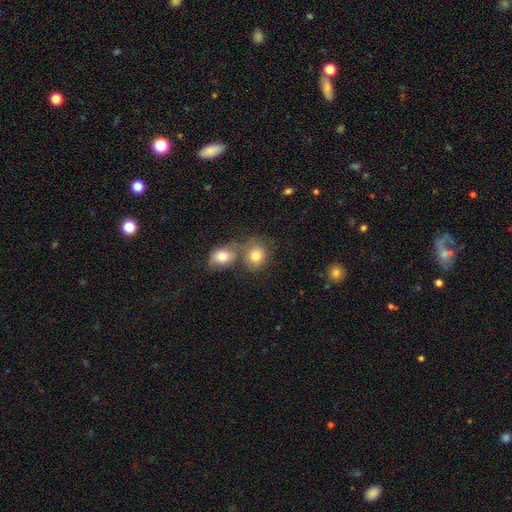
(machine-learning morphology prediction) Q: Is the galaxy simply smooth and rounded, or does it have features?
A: smooth — 79%.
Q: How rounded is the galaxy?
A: round — 68%.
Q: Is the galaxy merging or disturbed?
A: merger — 43%.